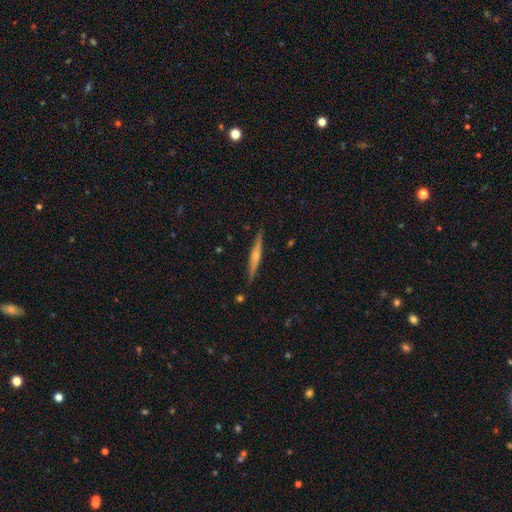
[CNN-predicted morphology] This appears to be a featured or disk galaxy (72%) viewed edge-on (97%) with a rounded central bulge (82%). Merging: none (89%).